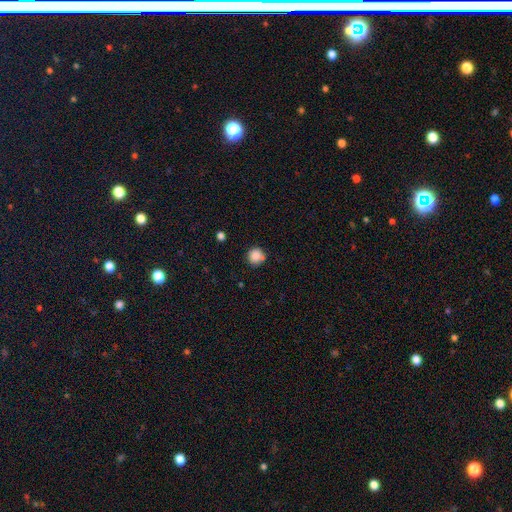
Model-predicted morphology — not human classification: Overall: smooth (85%). How rounded: round (91%). Merging: none (73%).